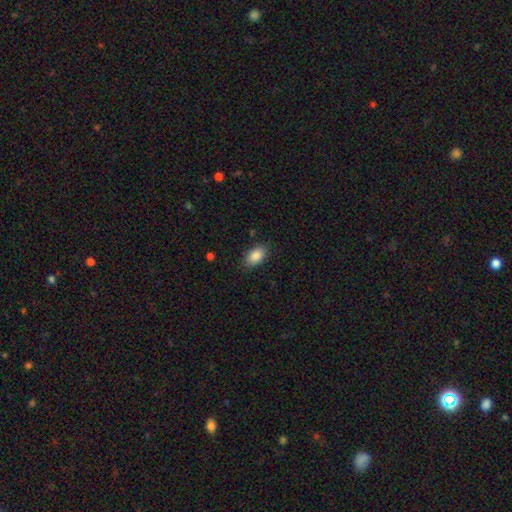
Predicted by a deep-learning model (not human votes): Overall: smooth (88%). How rounded: in between (92%). Merging: none (84%).